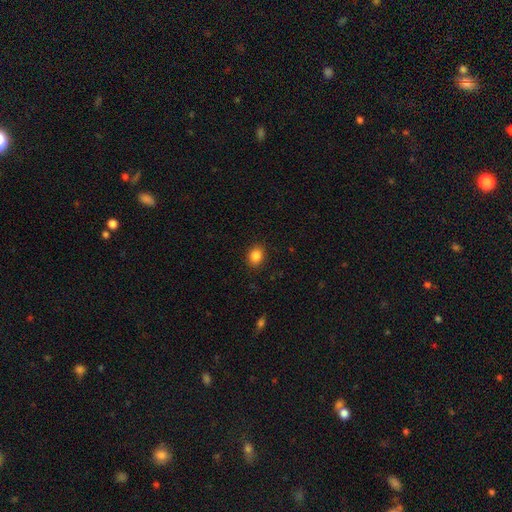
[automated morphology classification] smooth_or_featured: smooth (p=0.86) [alt: star or artifact p=0.10]
how_rounded: in between (p=0.50) [alt: round p=0.49]
merging: none (p=0.89) [alt: minor disturbance p=0.08]